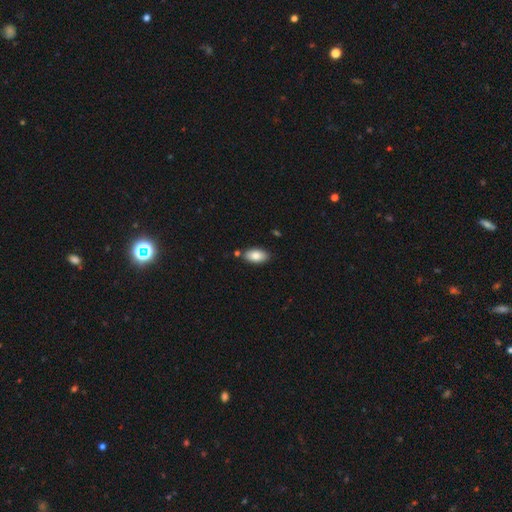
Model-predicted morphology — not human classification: smooth 84%, featured or disk 9%, star or artifact 7%. Down the decision tree: how rounded — in between (94%); merging — none (83%).